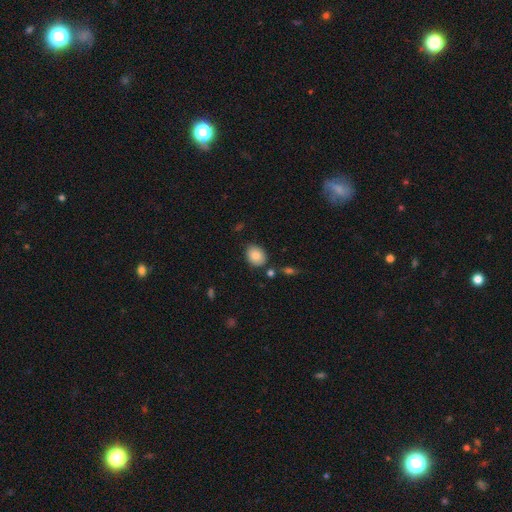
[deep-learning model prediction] smooth 85%, star or artifact 8%, featured or disk 8%. Down the decision tree: how rounded — in between (57%); merging — none (81%).